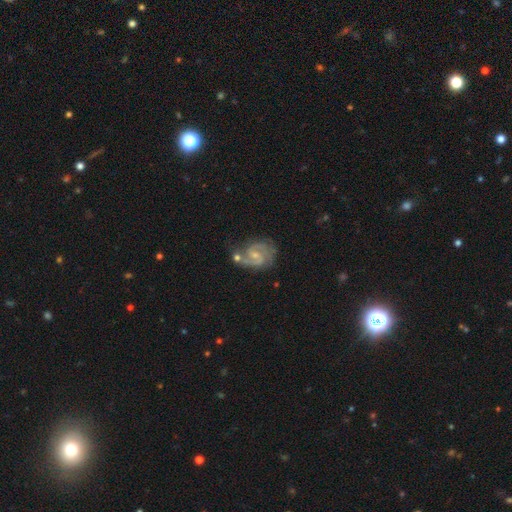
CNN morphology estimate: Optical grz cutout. It shows a featured or disk galaxy (87%) with a weak bar (55%), 2 (86%) medium (55%) spiral arms (97%) and a small central bulge (63%). Merging: none (55%).